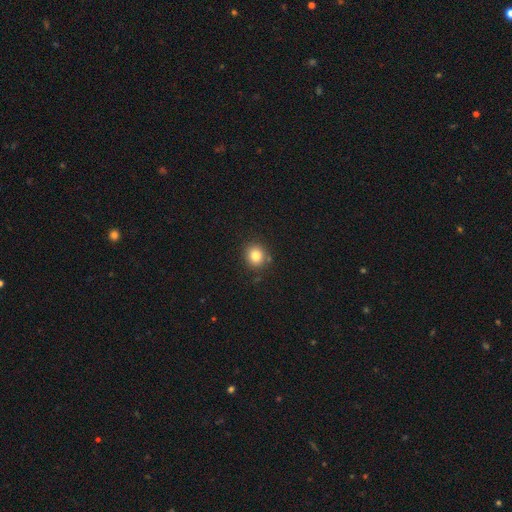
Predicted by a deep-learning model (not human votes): smooth_or_featured: smooth (p=0.81) [alt: star or artifact p=0.12]
how_rounded: round (p=0.83) [alt: in between p=0.16]
merging: none (p=0.85) [alt: minor disturbance p=0.09]